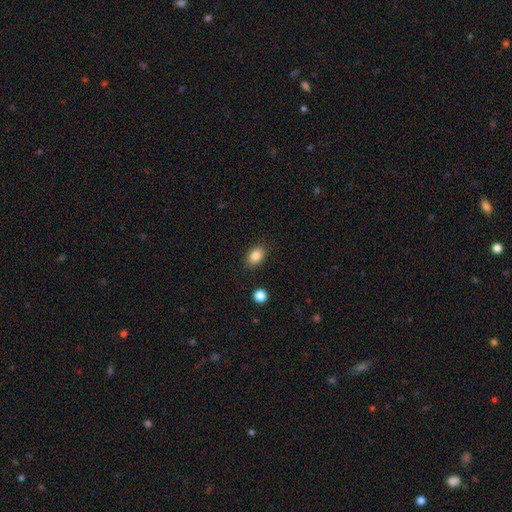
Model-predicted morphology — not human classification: smooth-or-featured: smooth: 86% | star or artifact: 9% | featured or disk: 5%
  how-rounded: in between: 80% | round: 19% | cigar-shaped: 1%
  merging: none: 86% | minor disturbance: 9% | major disturbance: 3% | merger: 2%